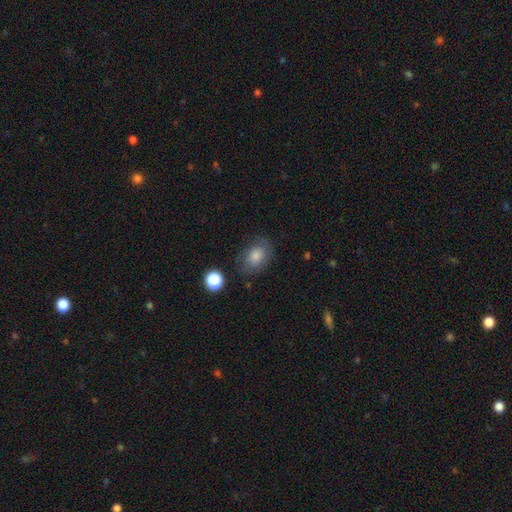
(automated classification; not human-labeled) Morphology: type=smooth (68%); roundness=in between (67%); merging=none (75%).